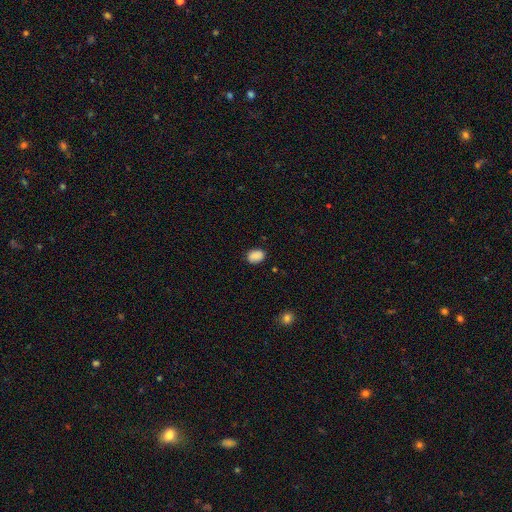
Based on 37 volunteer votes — This is clearly a smooth galaxy (95%). How rounded: likely in between (69%). Merging: clearly none (92%).